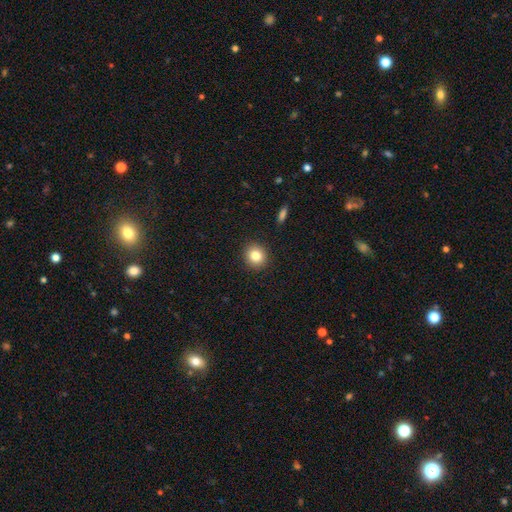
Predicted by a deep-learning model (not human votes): This is clearly a smooth galaxy (82%). How rounded: clearly round (86%). Merging: clearly none (91%).